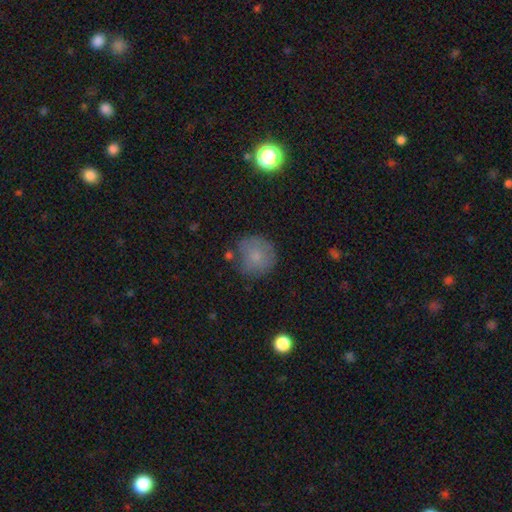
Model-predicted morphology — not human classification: The model was most divided on "merging": none: 68%, minor disturbance: 20%, major disturbance: 7%, merger: 4%. More confident: how rounded — round (90%); smooth or featured — smooth (73%).